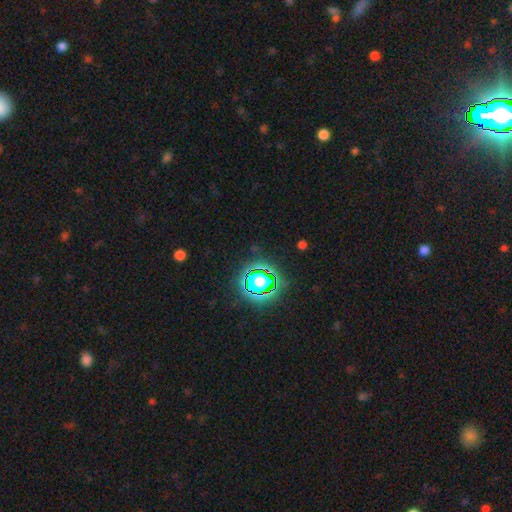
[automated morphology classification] Smooth or featured: star or artifact — 76% (smooth — 15%)